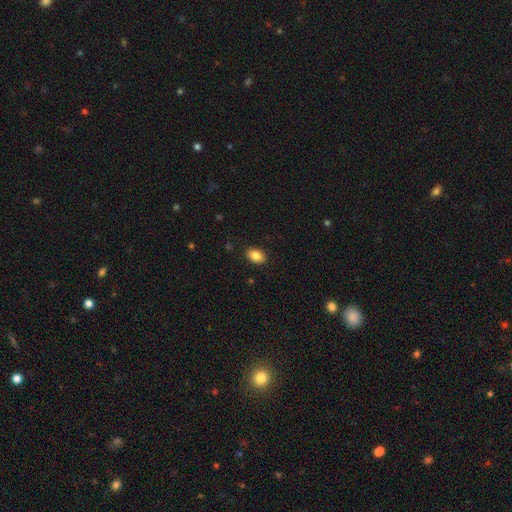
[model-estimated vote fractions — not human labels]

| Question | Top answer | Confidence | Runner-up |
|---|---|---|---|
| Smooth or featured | smooth | 87% | star or artifact (8%) |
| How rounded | in between | 86% | round (12%) |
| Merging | none | 89% | minor disturbance (8%) |